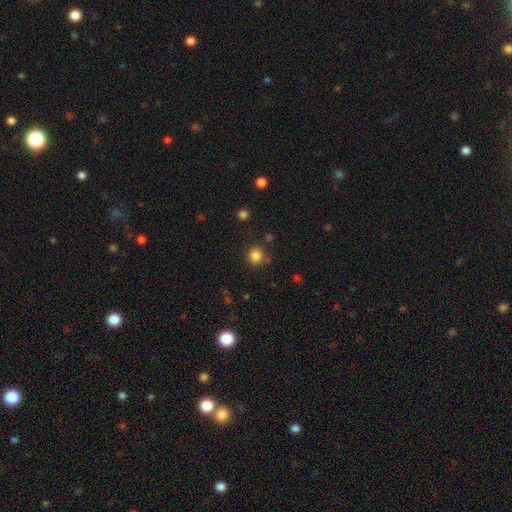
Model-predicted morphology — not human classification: type=smooth (84%); roundness=round (93%); merging=none (82%).